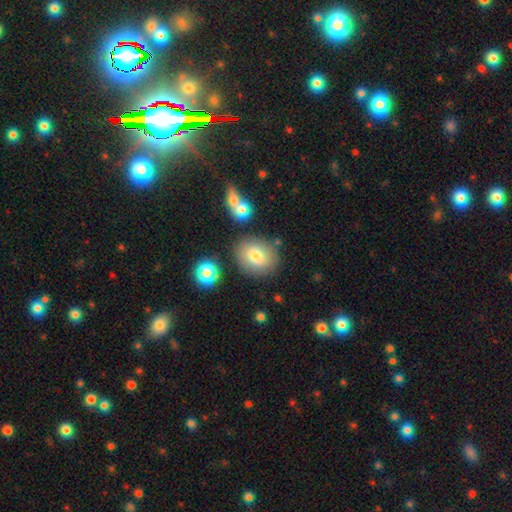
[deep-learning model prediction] Morphology: type=smooth (78%); roundness=round (60%); merging=none (76%).